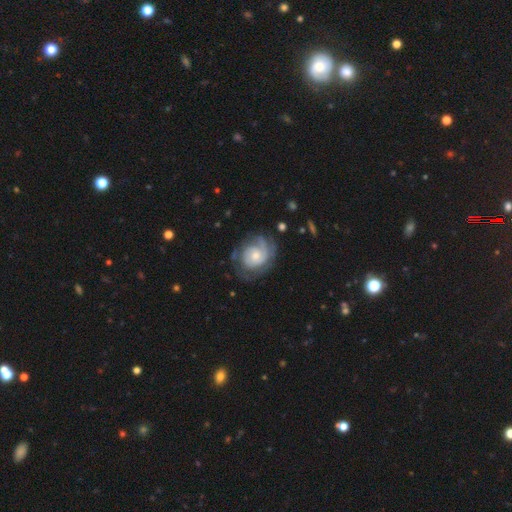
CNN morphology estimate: Smooth or featured?
  - featured or disk: 80% *
  - smooth: 14%
  - star or artifact: 5%
Edge-on disk?
  - no: 98% *
  - yes: 2%
Bar?
  - no: 73% *
  - weak: 23%
  - strong: 4%
Spiral arms?
  - yes: 93% *
  - no: 7%
Spiral winding?
  - tight: 64% *
  - medium: 27%
  - loose: 8%
Spiral arm count?
  - 2: 36% *
  - can't tell: 31%
  - 3: 16%
  - 1: 9%
  - 4: 5%
  - more than 4: 4%
Bulge size?
  - small: 49% *
  - moderate: 44%
  - large: 4%
  - none: 2%
  - dominant: 1%
Merging?
  - none: 66% *
  - minor disturbance: 20%
  - major disturbance: 12%
  - merger: 2%